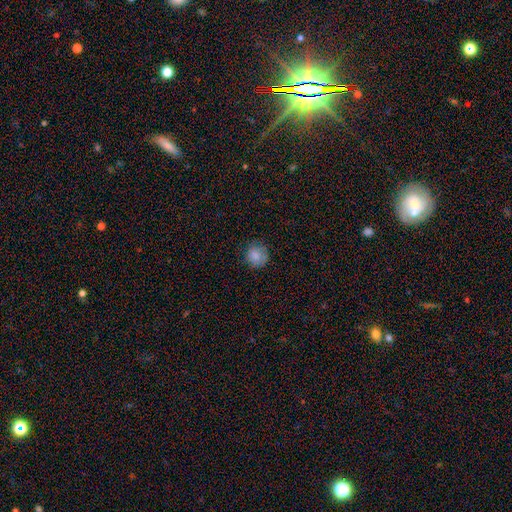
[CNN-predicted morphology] type=smooth (82%); roundness=round (88%); merging=none (77%).